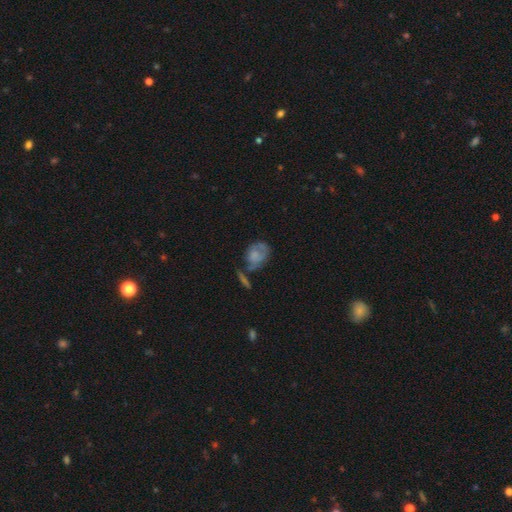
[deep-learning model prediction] Smooth or featured?
  - smooth: 57% *
  - featured or disk: 34%
  - star or artifact: 9%
How rounded?
  - in between: 59% *
  - round: 39%
  - cigar-shaped: 2%
Merging?
  - none: 40% *
  - minor disturbance: 25%
  - major disturbance: 19%
  - merger: 15%